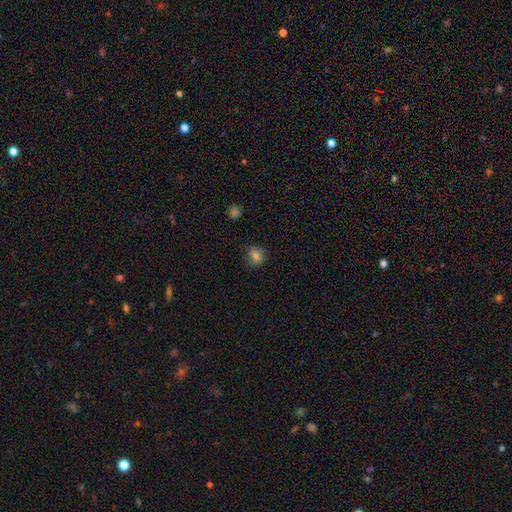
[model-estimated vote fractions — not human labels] smooth-or-featured: smooth: 75% | star or artifact: 14% | featured or disk: 10%
  how-rounded: round: 72% | in between: 26% | cigar-shaped: 1%
  merging: none: 79% | minor disturbance: 16% | major disturbance: 4% | merger: 1%